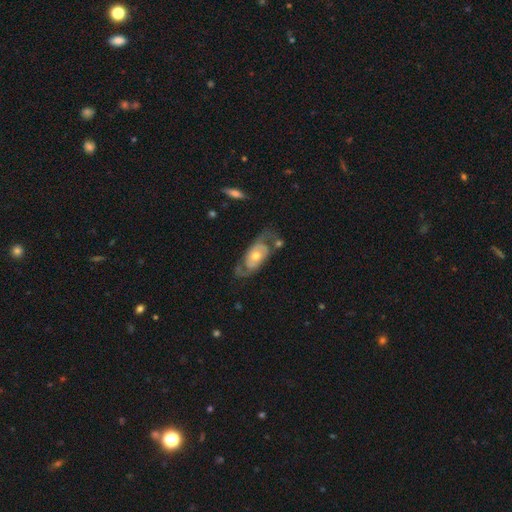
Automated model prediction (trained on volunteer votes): smooth-or-featured: featured or disk: 77% | smooth: 18% | star or artifact: 5%
  disk-edge-on: no: 92% | yes: 8%
    bar: no: 75% | weak: 19% | strong: 5%
    has-spiral-arms: yes: 84% | no: 16%
      spiral-winding: medium: 42% | tight: 30% | loose: 28%
      spiral-arm-count: 2: 82% | can't tell: 10% | 1: 4% | 3: 2% | 4: 1% | more than 4: 1%
    bulge-size: moderate: 64% | small: 27% | large: 7% | none: 1% | dominant: 1%
  merging: none: 57% | minor disturbance: 20% | major disturbance: 17% | merger: 6%